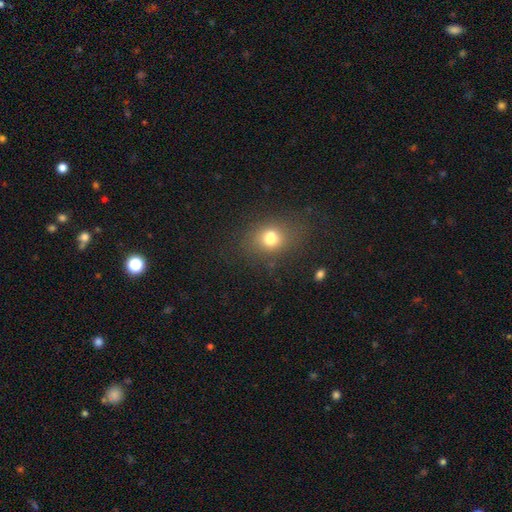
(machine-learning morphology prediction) Smooth or featured? smooth (65%)
How rounded? round (58%)
Merging? none (87%)